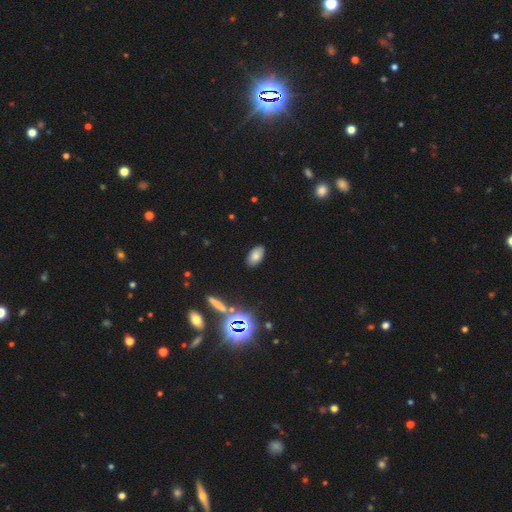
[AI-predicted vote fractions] Smooth or featured? smooth (78%)
How rounded? in between (93%)
Merging? none (87%)